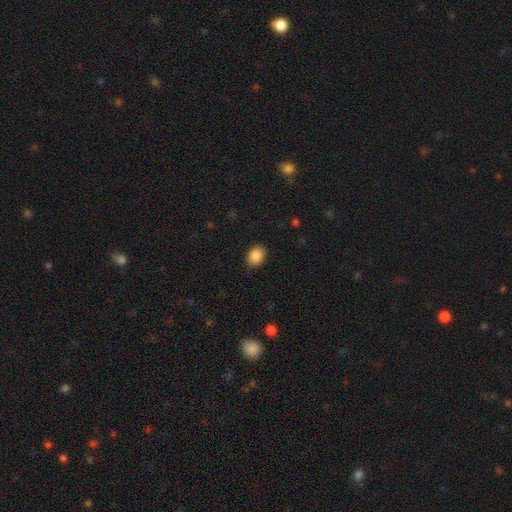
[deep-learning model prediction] Smooth or featured? smooth (88%)
How rounded? in between (66%)
Merging? none (88%)